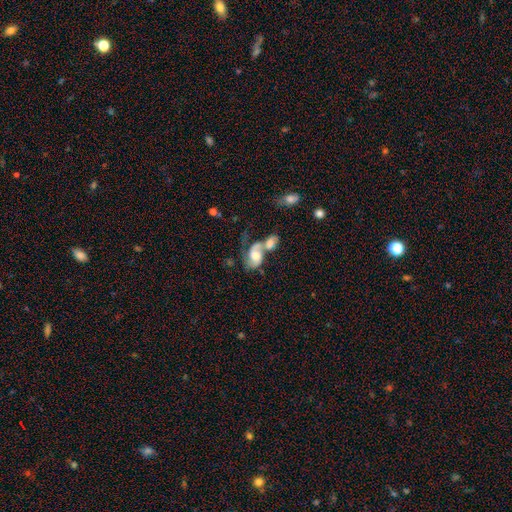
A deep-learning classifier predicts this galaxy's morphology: Q: Smooth or featured?
A: featured or disk (65%); runner-up: smooth (28%)
Q: Edge-on disk?
A: no (97%); runner-up: yes (3%)
Q: Bar?
A: no (64%); runner-up: weak (30%)
Q: Spiral arms?
A: yes (87%); runner-up: no (13%)
Q: Spiral winding?
A: medium (42%); runner-up: loose (40%)
Q: Spiral arm count?
A: 2 (68%); runner-up: 1 (20%)
Q: Bulge size?
A: moderate (51%); runner-up: large (26%)
Q: Merging?
A: merger (68%); runner-up: none (14%)